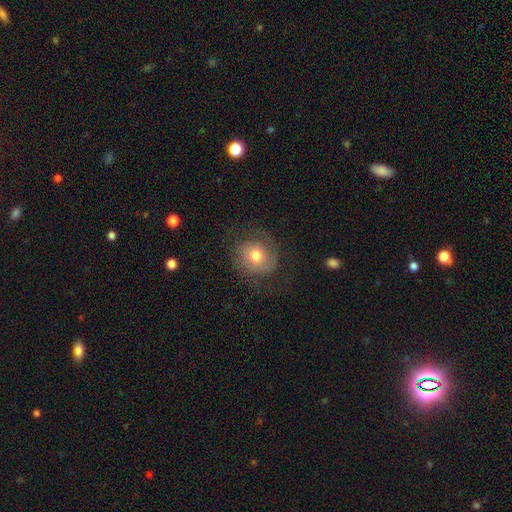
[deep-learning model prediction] Overall: smooth (54%; featured or disk 37%). How rounded: round (80%). Merging: none (67%).